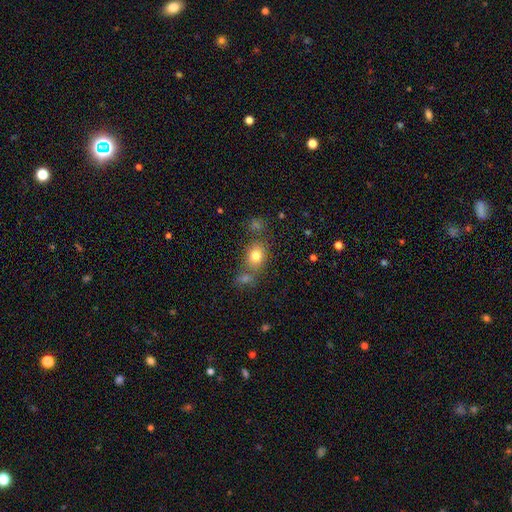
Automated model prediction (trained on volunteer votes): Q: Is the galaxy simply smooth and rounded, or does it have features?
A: smooth — 78%.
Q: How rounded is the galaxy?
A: round — 50%.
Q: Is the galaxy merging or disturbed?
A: none — 64%.